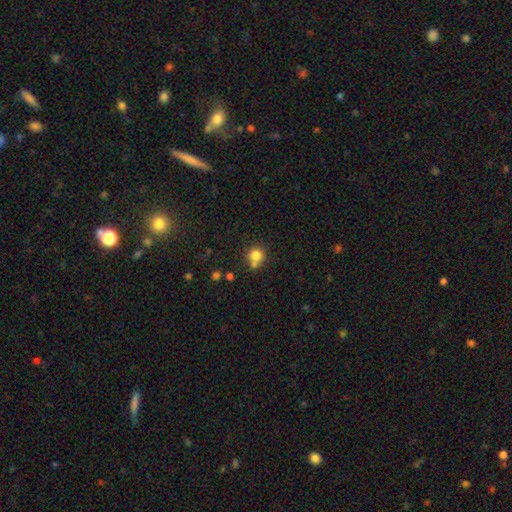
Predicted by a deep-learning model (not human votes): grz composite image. It shows a smooth galaxy with no disk features (80%) that is round (86%). Merging: none (55%).